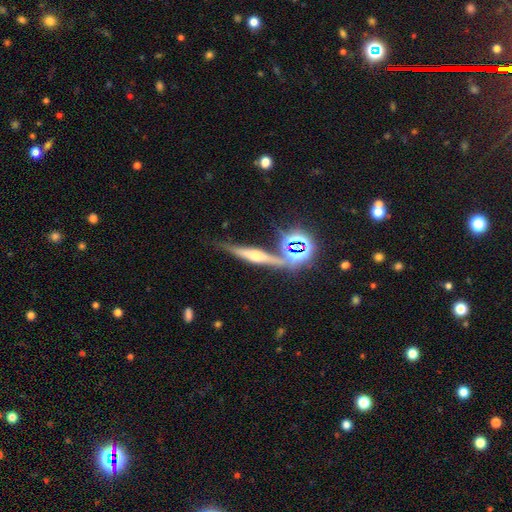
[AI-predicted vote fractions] Smooth or featured?
  - featured or disk: 58% *
  - star or artifact: 22%
  - smooth: 21%
Edge-on disk?
  - yes: 92% *
  - no: 8%
Edge-on bulge?
  - rounded: 79% *
  - boxy: 13%
  - none: 8%
Merging?
  - none: 75% *
  - minor disturbance: 13%
  - merger: 9%
  - major disturbance: 4%